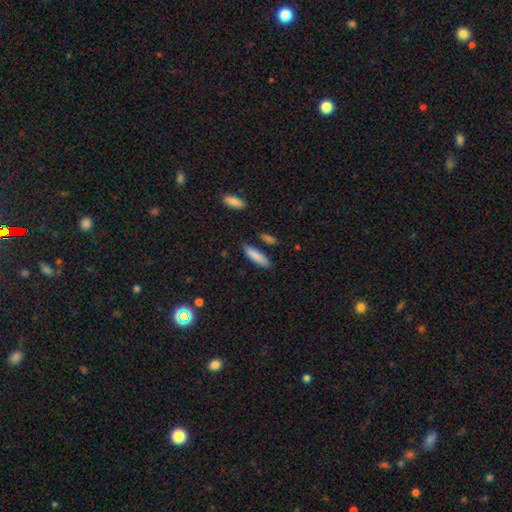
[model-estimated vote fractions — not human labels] Q: Smooth or featured?
A: smooth (86%); runner-up: featured or disk (8%)
Q: How rounded?
A: cigar-shaped (66%); runner-up: in between (32%)
Q: Merging?
A: none (79%); runner-up: minor disturbance (14%)